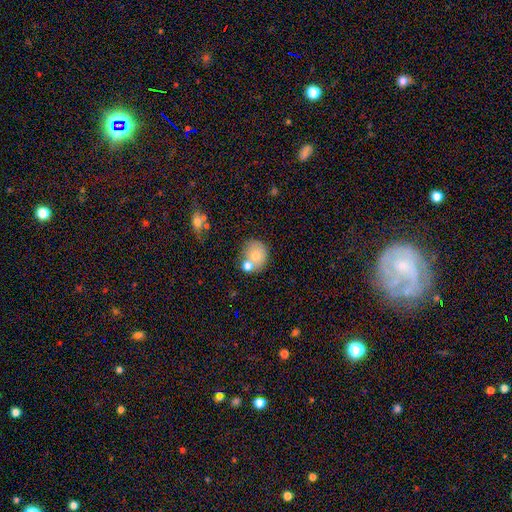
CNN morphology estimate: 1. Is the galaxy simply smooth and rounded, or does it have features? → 73% smooth, 18% featured or disk, 9% star or artifact.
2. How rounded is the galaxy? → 74% round, 25% in between, 1% cigar-shaped.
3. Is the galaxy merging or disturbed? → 51% none, 30% merger, 14% minor disturbance, 5% major disturbance.